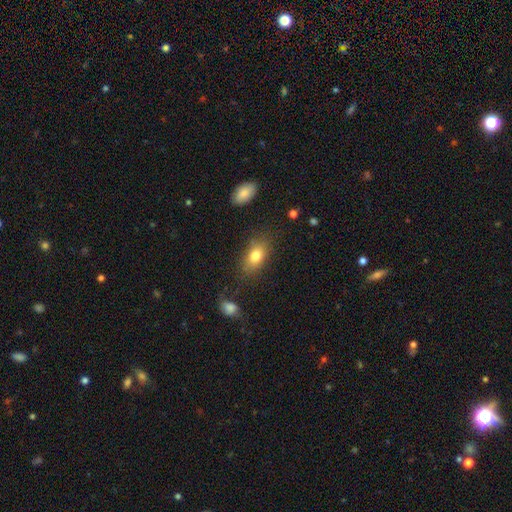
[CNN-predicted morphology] smooth 80%, featured or disk 11%, star or artifact 9%. Down the decision tree: how rounded — in between (85%); merging — none (78%).